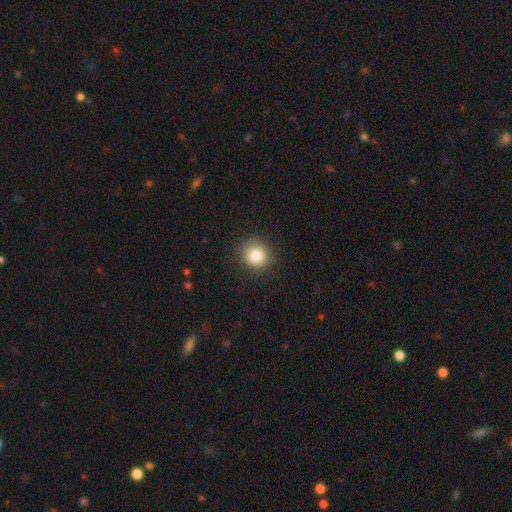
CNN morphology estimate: Q: Smooth or featured?
A: smooth (83%); runner-up: star or artifact (11%)
Q: How rounded?
A: round (88%); runner-up: in between (11%)
Q: Merging?
A: none (89%); runner-up: minor disturbance (8%)